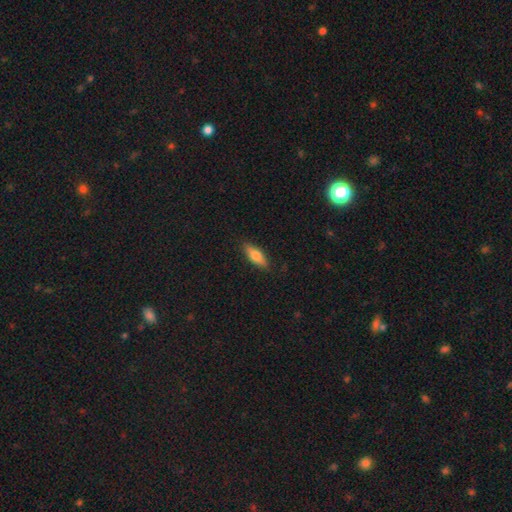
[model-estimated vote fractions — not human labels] smooth-or-featured: smooth: 70% | featured or disk: 23% | star or artifact: 6%
  how-rounded: in between: 63% | cigar-shaped: 34% | round: 3%
  merging: none: 87% | minor disturbance: 10% | major disturbance: 2% | merger: 1%